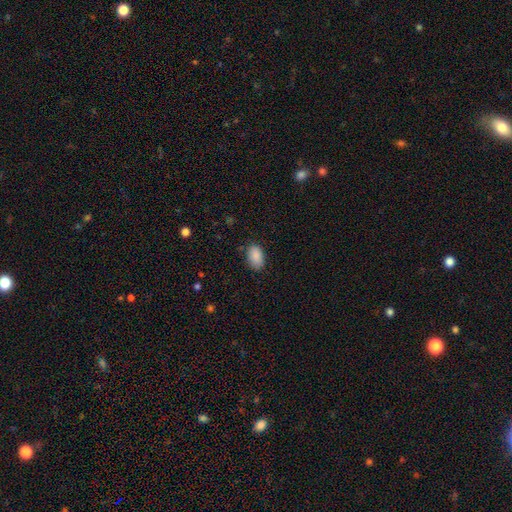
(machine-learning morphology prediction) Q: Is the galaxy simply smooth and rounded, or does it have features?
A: smooth — 89%.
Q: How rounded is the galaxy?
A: in between — 92%.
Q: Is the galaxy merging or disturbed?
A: none — 82%.